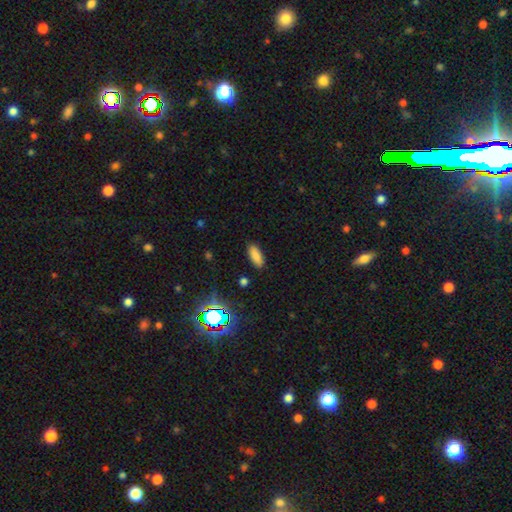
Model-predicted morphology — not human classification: Smooth or featured? smooth (83%)
How rounded? in between (77%)
Merging? none (88%)